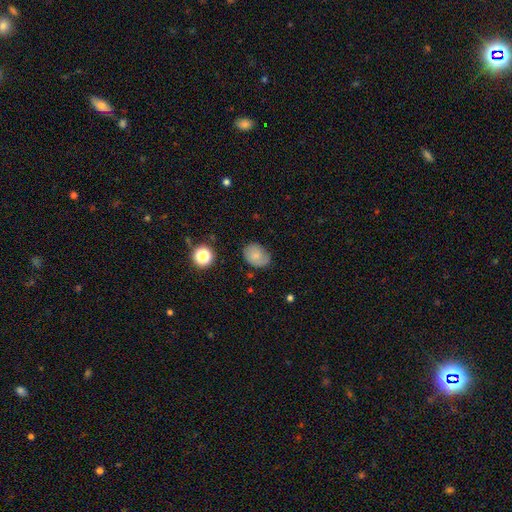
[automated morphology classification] smooth-or-featured: smooth: 72% | featured or disk: 18% | star or artifact: 10%
  how-rounded: in between: 62% | round: 37% | cigar-shaped: 1%
  merging: none: 67% | minor disturbance: 25% | major disturbance: 6% | merger: 2%